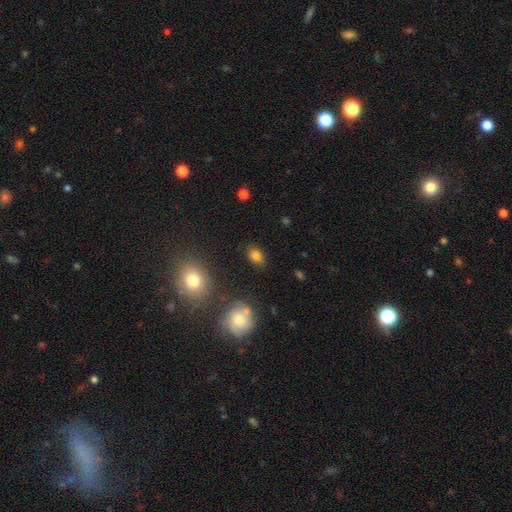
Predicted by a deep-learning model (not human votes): Q: Smooth or featured?
A: smooth (81%); runner-up: star or artifact (12%)
Q: How rounded?
A: in between (81%); runner-up: round (17%)
Q: Merging?
A: none (83%); runner-up: minor disturbance (11%)